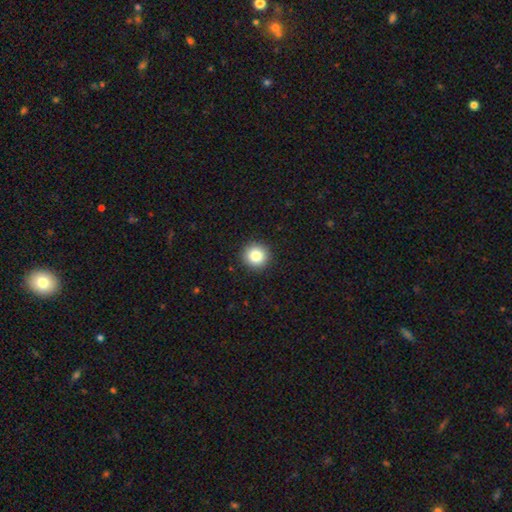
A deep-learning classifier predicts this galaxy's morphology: This appears to be a smooth galaxy with no disk features (82%) that is round (95%). Merging: none (93%).